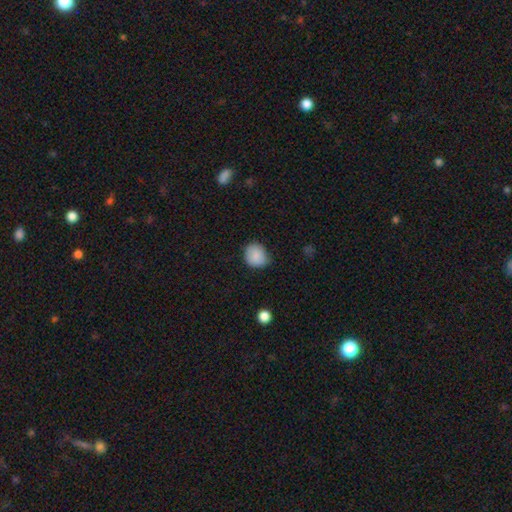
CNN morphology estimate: A smooth galaxy with no disk features (86%) that is round (72%). Merging: none (76%).